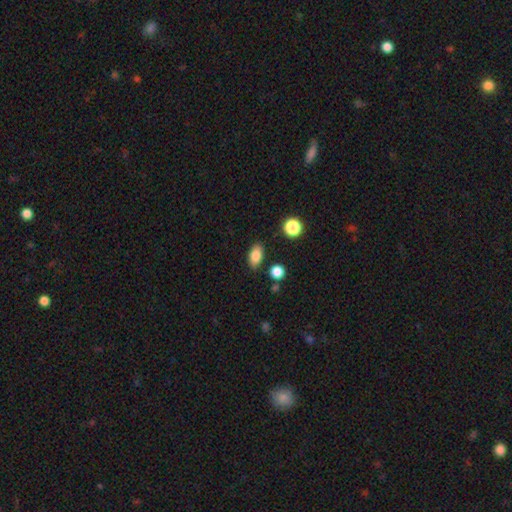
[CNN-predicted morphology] Smooth or featured? Predicted: smooth (p=0.83). How rounded? Predicted: in between (p=0.86). Merging? Predicted: none (p=0.84).